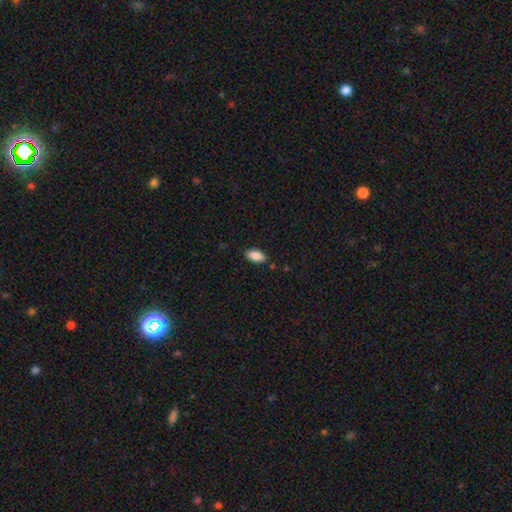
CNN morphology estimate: type=smooth (89%); roundness=in between (93%); merging=none (84%).